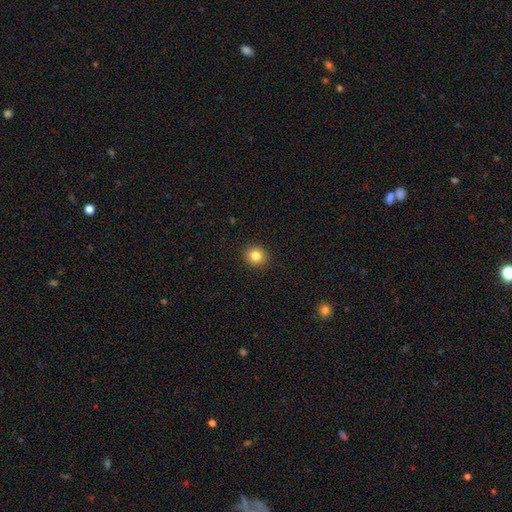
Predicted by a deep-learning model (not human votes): Morphology: type=smooth (83%); roundness=round (87%); merging=none (92%).